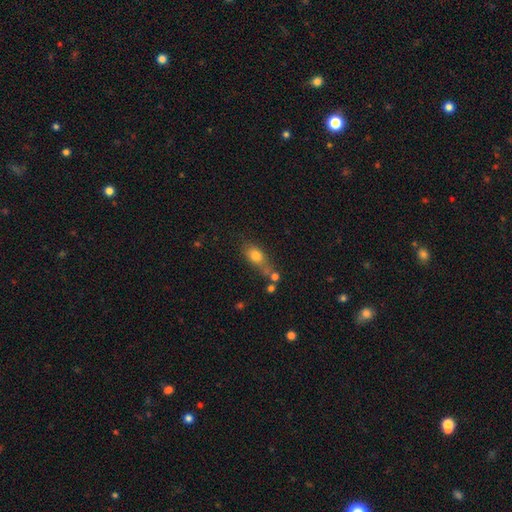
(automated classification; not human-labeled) smooth 76%, featured or disk 14%, star or artifact 10%. Down the decision tree: how rounded — in between (67%); merging — none (41%).